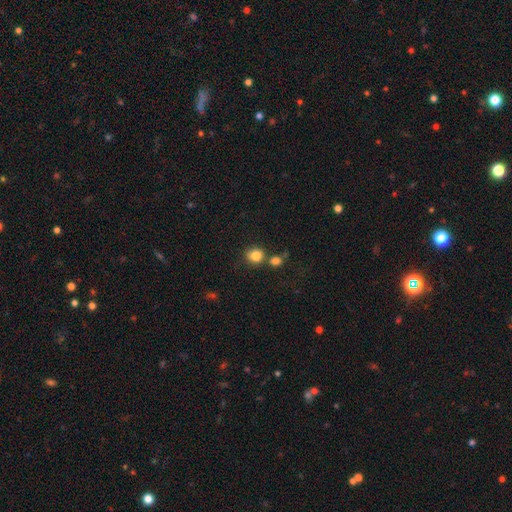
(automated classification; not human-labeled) Q: Smooth or featured?
A: smooth (83%); runner-up: star or artifact (11%)
Q: How rounded?
A: round (79%); runner-up: in between (20%)
Q: Merging?
A: none (62%); runner-up: merger (22%)